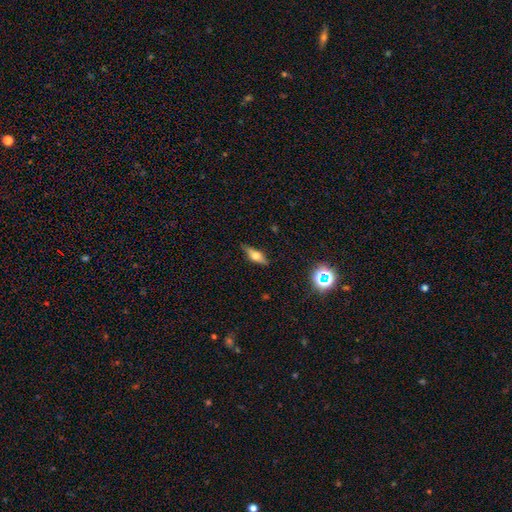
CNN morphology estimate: type=featured or disk (49%); merging=none (84%).